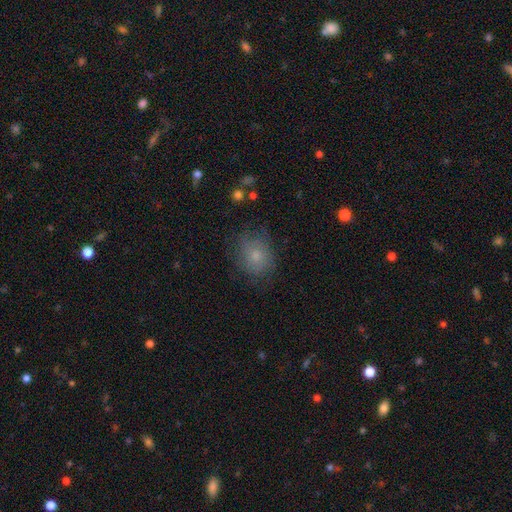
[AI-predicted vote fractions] The model was most divided on "how rounded": round: 61%, in between: 38%, cigar-shaped: 1%. More confident: smooth or featured — smooth (74%); merging — none (72%).